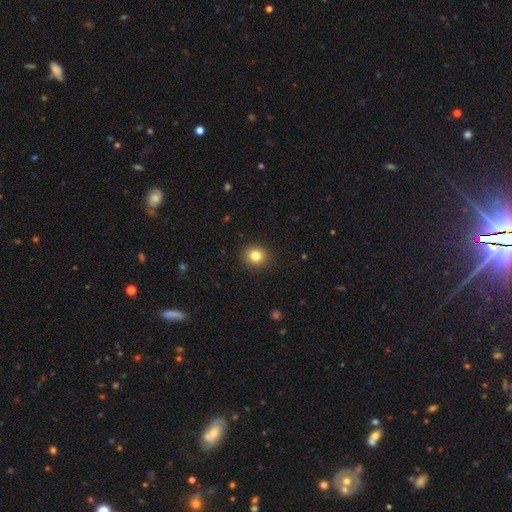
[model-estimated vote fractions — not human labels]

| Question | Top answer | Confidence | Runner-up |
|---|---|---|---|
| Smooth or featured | smooth | 81% | star or artifact (12%) |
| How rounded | round | 86% | in between (13%) |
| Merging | none | 91% | minor disturbance (6%) |